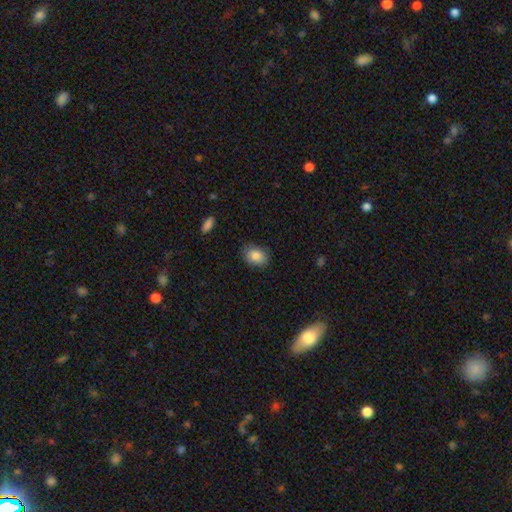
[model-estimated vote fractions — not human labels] Overall: smooth (86%). How rounded: in between (70%). Merging: none (83%).